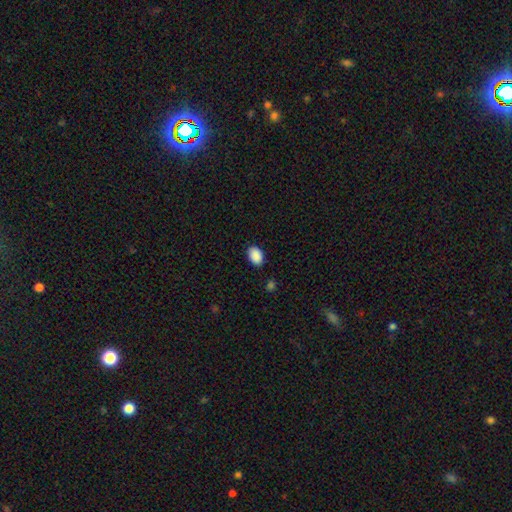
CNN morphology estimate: A smooth galaxy with no disk features (90%) that is in between round and cigar-shaped (83%). Merging: none (86%).